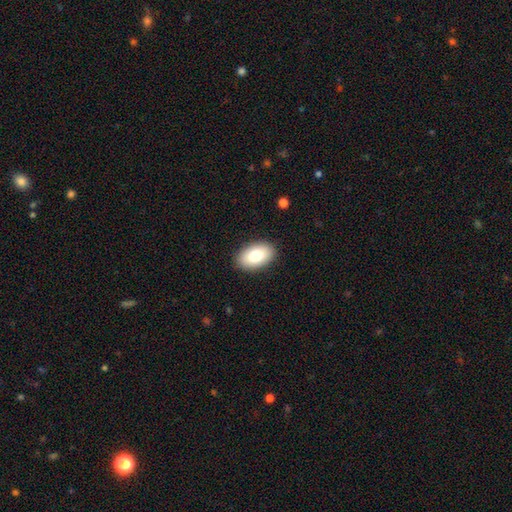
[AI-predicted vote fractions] Morphology: type=smooth (81%); roundness=in between (93%); merging=none (89%).